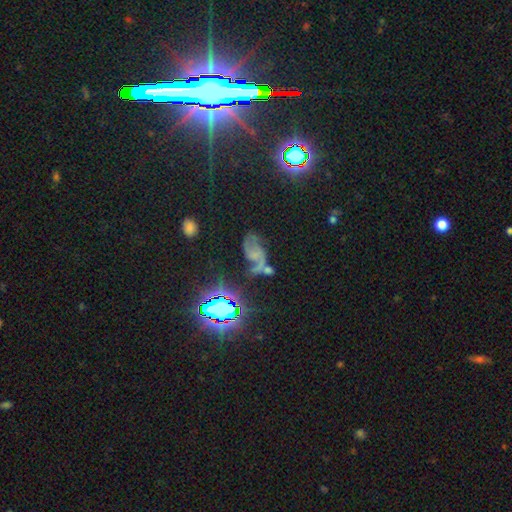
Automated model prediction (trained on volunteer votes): Smooth or featured? Predicted: featured or disk (p=0.53). Edge-on disk? Predicted: no (p=0.95). Merging? Predicted: none (p=0.39).